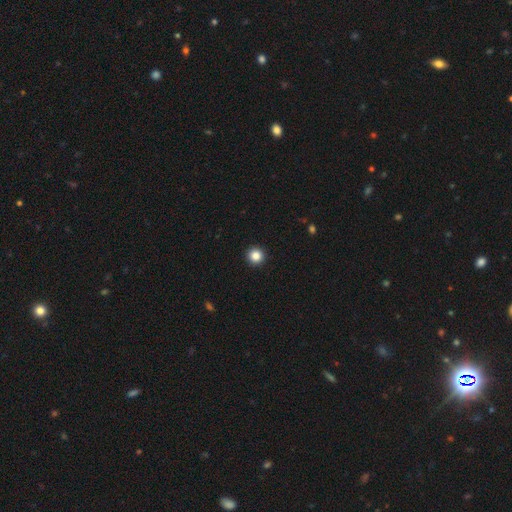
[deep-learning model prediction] A smooth galaxy with no disk features (86%) that is round (96%).

Vote fractions:
- Smooth or featured? smooth: 86% / star or artifact: 11% / featured or disk: 4%
- How rounded? round: 96% / in between: 3% / cigar-shaped: 1%
- Merging? none: 94% / minor disturbance: 4% / major disturbance: 1% / merger: 1%